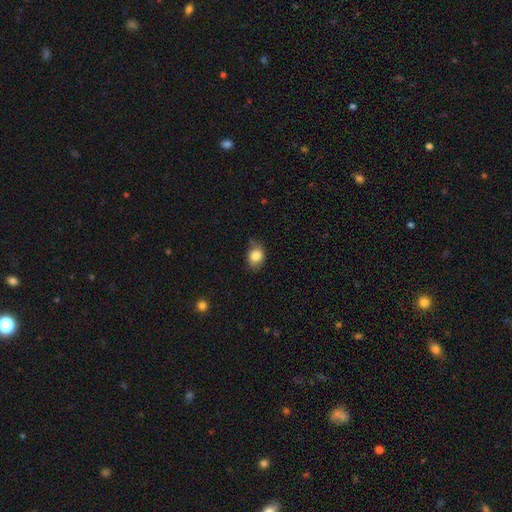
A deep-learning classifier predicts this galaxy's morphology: smooth 84%, star or artifact 9%, featured or disk 8%. Down the decision tree: how rounded — in between (60%); merging — none (63%).